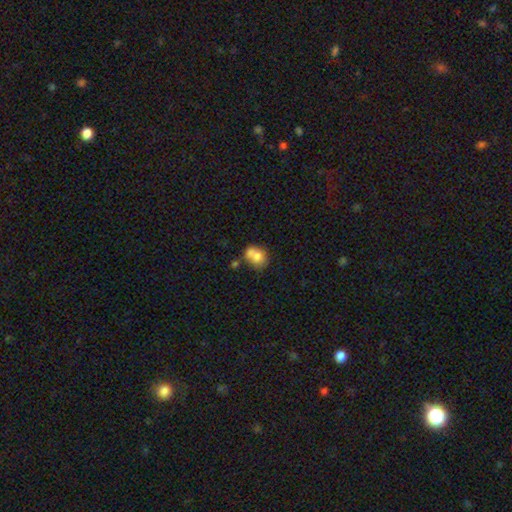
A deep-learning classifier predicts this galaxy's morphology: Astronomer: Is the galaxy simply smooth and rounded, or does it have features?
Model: smooth — 72%.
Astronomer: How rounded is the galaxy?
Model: round — 60% (runner-up: in between, 39%).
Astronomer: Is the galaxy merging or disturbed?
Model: merger — 50% (runner-up: none, 32%).